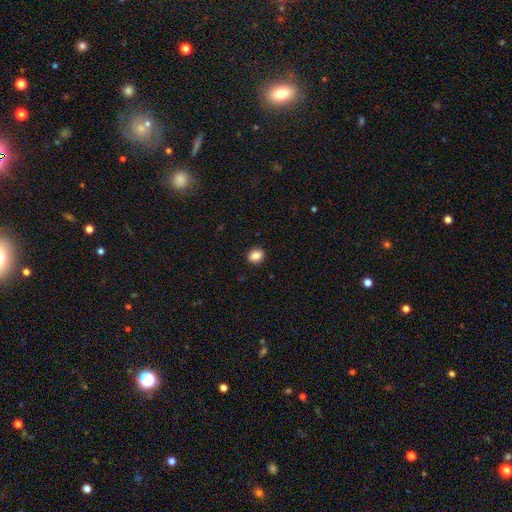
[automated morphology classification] A smooth galaxy with no disk features (88%) that is round (68%). Merging: none (91%).